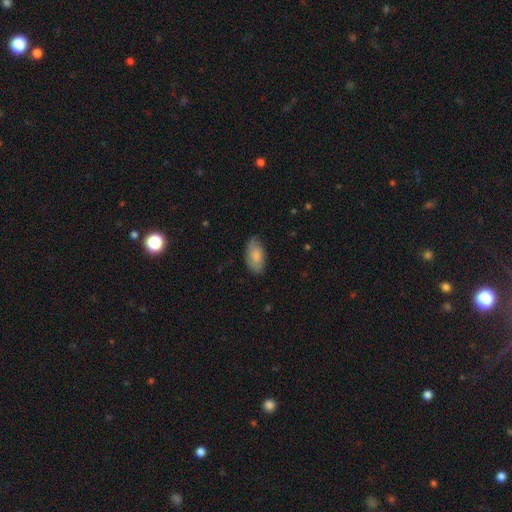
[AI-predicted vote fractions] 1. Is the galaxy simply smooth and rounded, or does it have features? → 77% smooth, 17% featured or disk, 6% star or artifact.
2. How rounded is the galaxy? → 94% in between, 3% round, 3% cigar-shaped.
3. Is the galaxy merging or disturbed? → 71% none, 23% minor disturbance, 4% major disturbance, 1% merger.